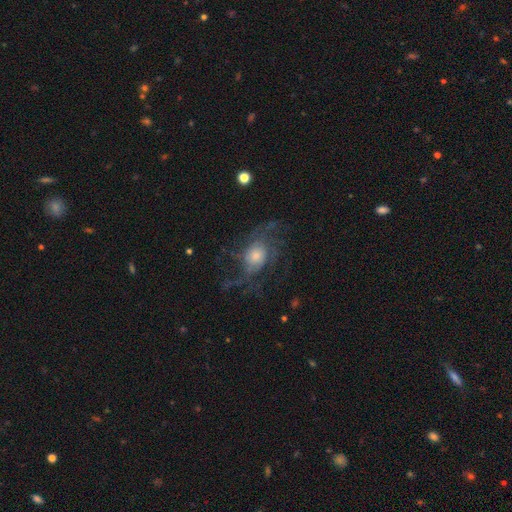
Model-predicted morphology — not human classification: Smooth or featured? Predicted: featured or disk (p=0.72). Edge-on disk? Predicted: no (p=0.95). Bar? Predicted: no (p=0.78). Spiral arms? Predicted: yes (p=0.85). Spiral winding? Predicted: medium (p=0.41). Spiral arm count? Predicted: can't tell (p=0.37). Bulge size? Predicted: moderate (p=0.45). Merging? Predicted: none (p=0.56).